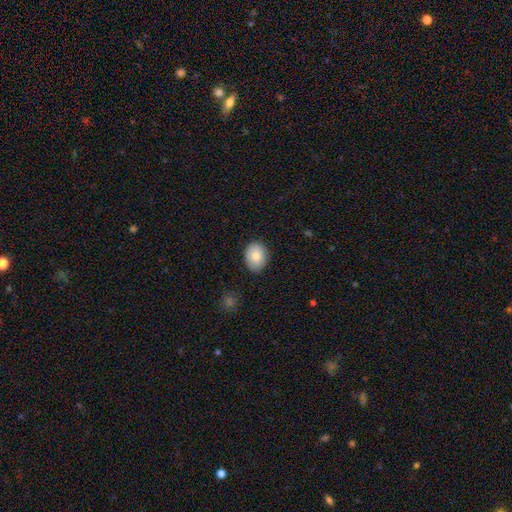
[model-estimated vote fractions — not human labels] Smooth or featured?
  - smooth: 81% *
  - featured or disk: 11%
  - star or artifact: 7%
How rounded?
  - in between: 53% *
  - round: 46%
  - cigar-shaped: 1%
Merging?
  - none: 85% *
  - minor disturbance: 11%
  - major disturbance: 2%
  - merger: 1%